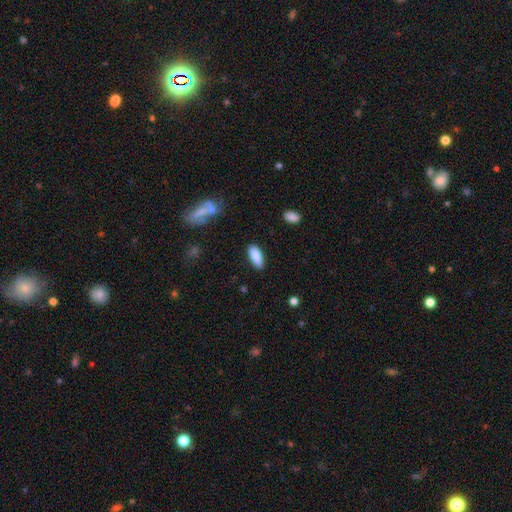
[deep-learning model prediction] Smooth or featured: smooth — 87% (star or artifact — 7%)
How rounded: in between — 77% (cigar-shaped — 22%)
Merging: none — 84% (minor disturbance — 12%)